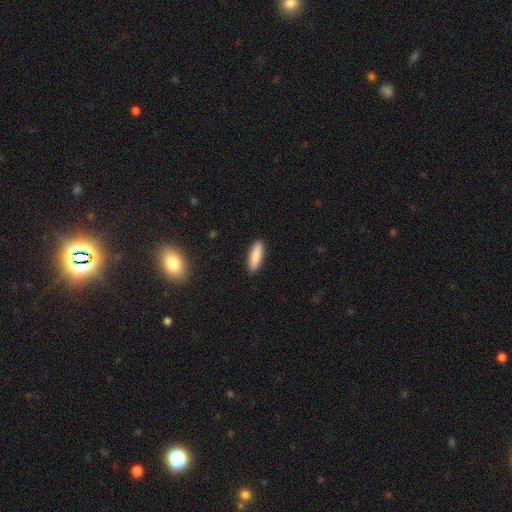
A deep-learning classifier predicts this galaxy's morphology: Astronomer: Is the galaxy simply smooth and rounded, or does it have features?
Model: smooth — 87%.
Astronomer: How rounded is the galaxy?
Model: cigar-shaped — 52% (runner-up: in between, 46%).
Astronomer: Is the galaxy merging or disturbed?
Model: none — 90%.